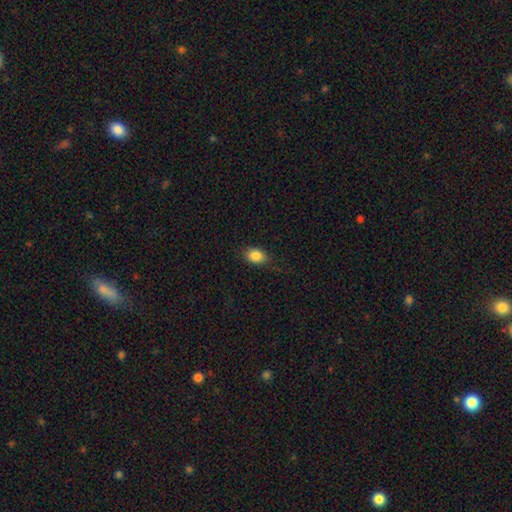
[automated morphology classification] Smooth or featured: smooth — 86% (star or artifact — 9%)
How rounded: in between — 75% (round — 23%)
Merging: none — 81% (minor disturbance — 14%)